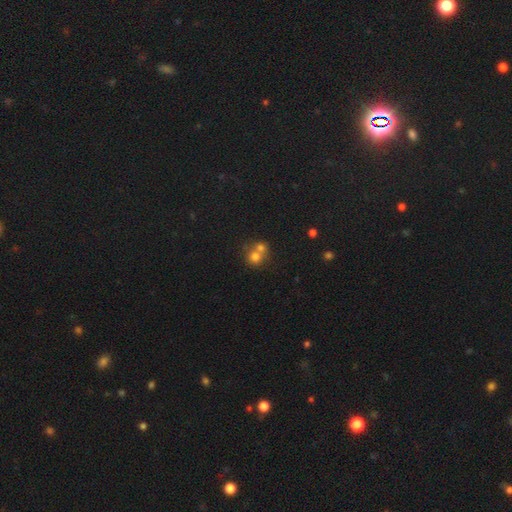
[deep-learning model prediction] Smooth or featured? Predicted: smooth (p=0.70). How rounded? Predicted: round (p=0.83). Merging? Predicted: merger (p=0.58).